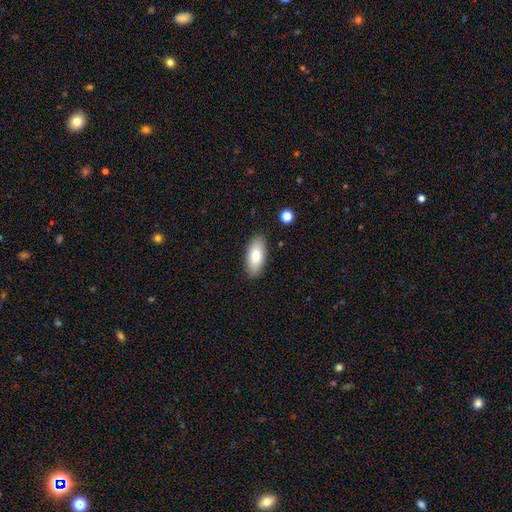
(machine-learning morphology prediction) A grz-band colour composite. It shows a smooth galaxy with no disk features (79%) that is in between round and cigar-shaped (88%). Merging: none (87%).